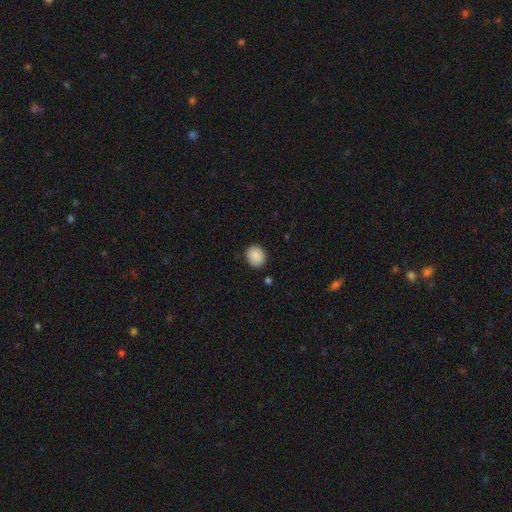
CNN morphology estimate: Q: Smooth or featured?
A: smooth (88%); runner-up: star or artifact (8%)
Q: How rounded?
A: round (75%); runner-up: in between (24%)
Q: Merging?
A: none (88%); runner-up: minor disturbance (8%)